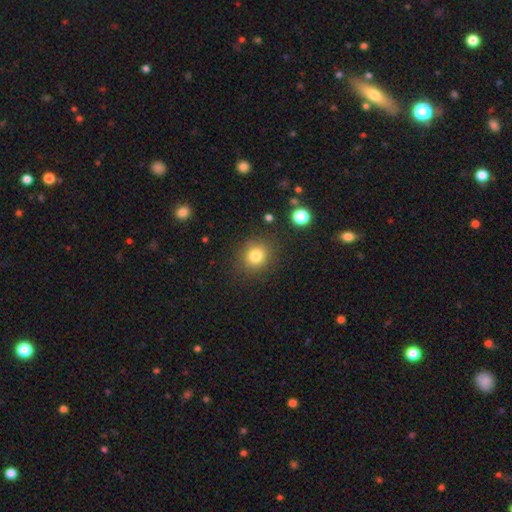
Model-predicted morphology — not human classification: Smooth or featured? Predicted: smooth (p=0.81). How rounded? Predicted: round (p=0.83). Merging? Predicted: none (p=0.85).